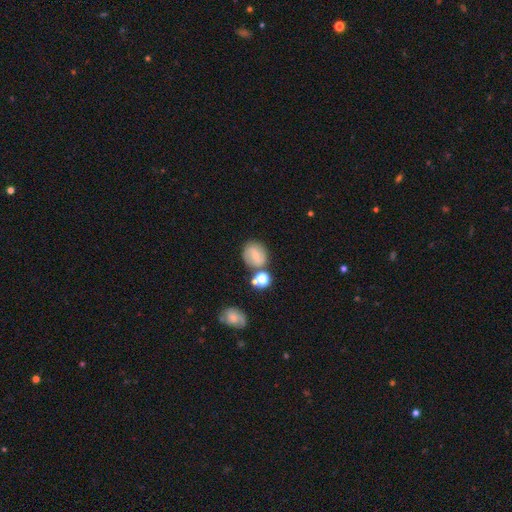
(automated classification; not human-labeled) Smooth or featured: featured or disk — 45% (smooth — 44%)
Merging: none — 71% (minor disturbance — 13%)